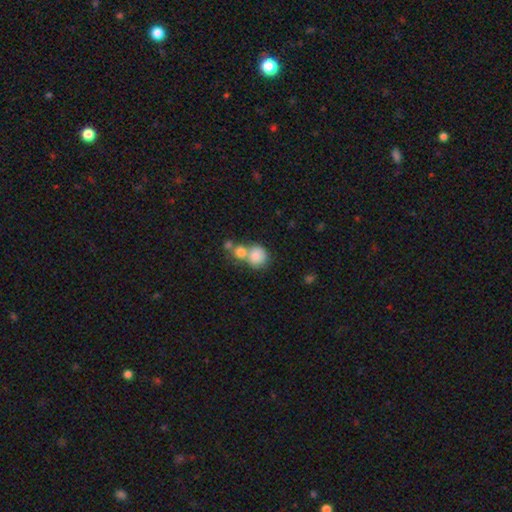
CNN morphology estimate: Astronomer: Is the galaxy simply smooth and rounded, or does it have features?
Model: smooth — 82%.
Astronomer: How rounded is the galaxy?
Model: round — 85%.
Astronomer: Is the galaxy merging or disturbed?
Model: merger — 48% (runner-up: none, 40%).